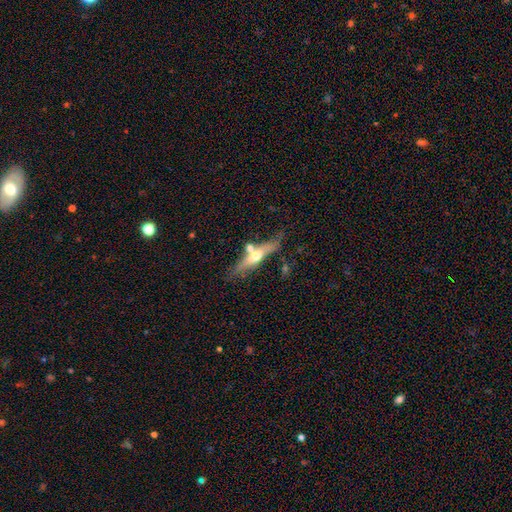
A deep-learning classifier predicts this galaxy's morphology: The model was most divided on "smooth or featured": featured or disk: 54%, smooth: 39%, star or artifact: 6%. More confident: edge-on disk — yes (81%); merging — none (54%).